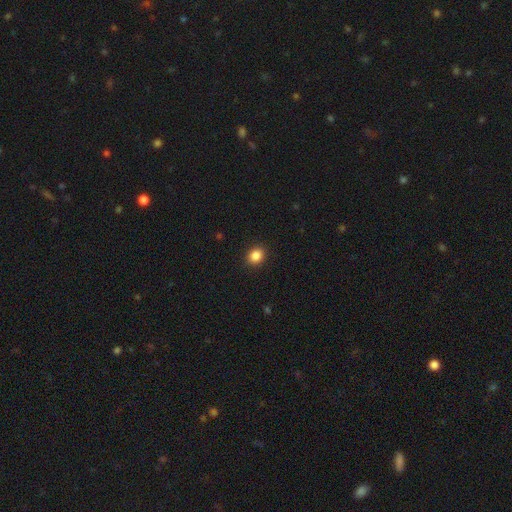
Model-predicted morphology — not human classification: Q: Smooth or featured?
A: smooth (86%); runner-up: star or artifact (10%)
Q: How rounded?
A: round (65%); runner-up: in between (34%)
Q: Merging?
A: none (91%); runner-up: minor disturbance (6%)